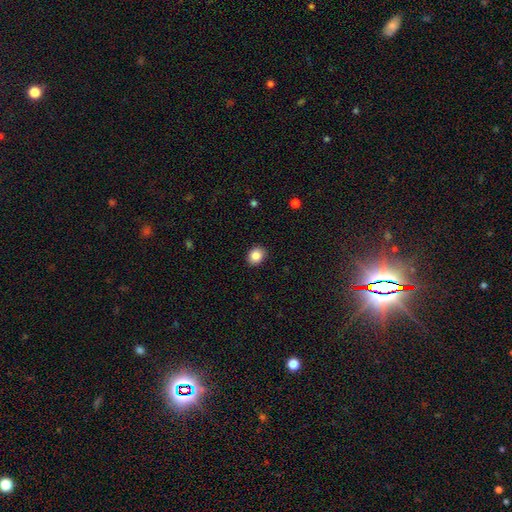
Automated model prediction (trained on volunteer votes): Smooth or featured?
  - smooth: 87% *
  - star or artifact: 9%
  - featured or disk: 4%
How rounded?
  - round: 57% *
  - in between: 43%
  - cigar-shaped: 1%
Merging?
  - none: 90% *
  - minor disturbance: 7%
  - major disturbance: 2%
  - merger: 1%